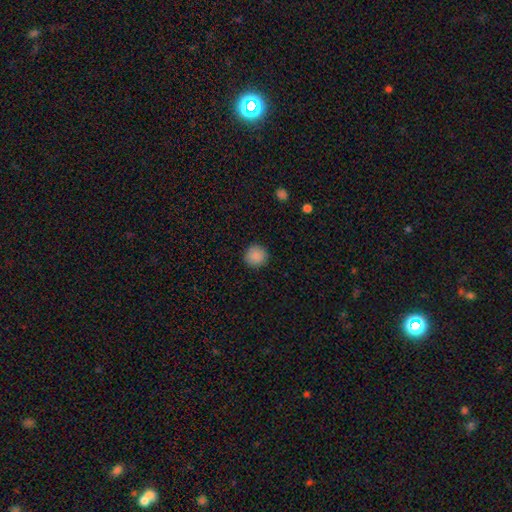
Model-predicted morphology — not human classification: Overall: smooth (89%). How rounded: round (93%). Merging: none (92%).